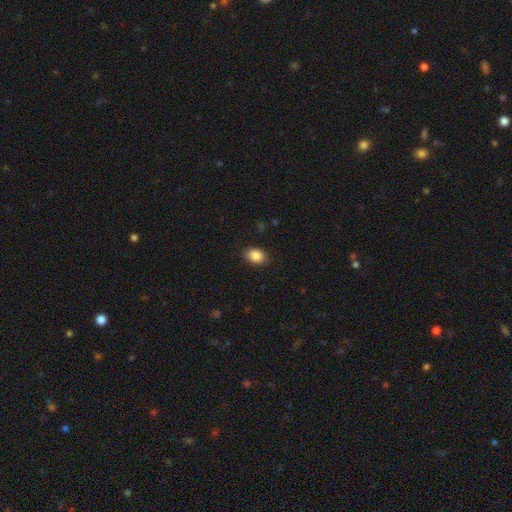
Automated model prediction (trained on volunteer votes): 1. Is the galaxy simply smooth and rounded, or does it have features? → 87% smooth, 8% star or artifact, 4% featured or disk.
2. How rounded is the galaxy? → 71% in between, 28% round, 1% cigar-shaped.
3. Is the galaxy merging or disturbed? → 87% none, 10% minor disturbance, 2% major disturbance, 1% merger.